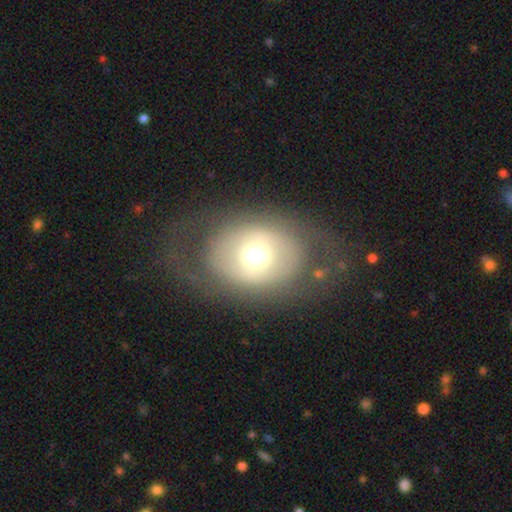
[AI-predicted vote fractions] A smooth galaxy with no disk features (53%) that is in between round and cigar-shaped (59%).

Vote fractions:
- Smooth or featured? smooth: 53% / featured or disk: 37% / star or artifact: 11%
- How rounded? in between: 59% / round: 40% / cigar-shaped: 1%
- Merging? none: 65% / major disturbance: 18% / minor disturbance: 15% / merger: 2%